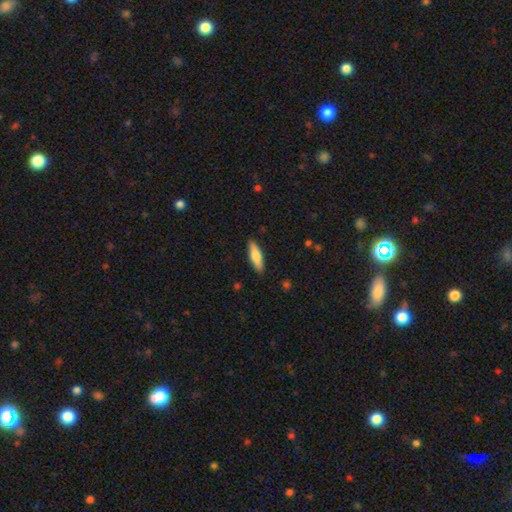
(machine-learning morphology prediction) smooth_or_featured: smooth (p=0.65) [alt: featured or disk p=0.30]
how_rounded: cigar-shaped (p=0.62) [alt: in between p=0.36]
merging: none (p=0.89) [alt: minor disturbance p=0.08]